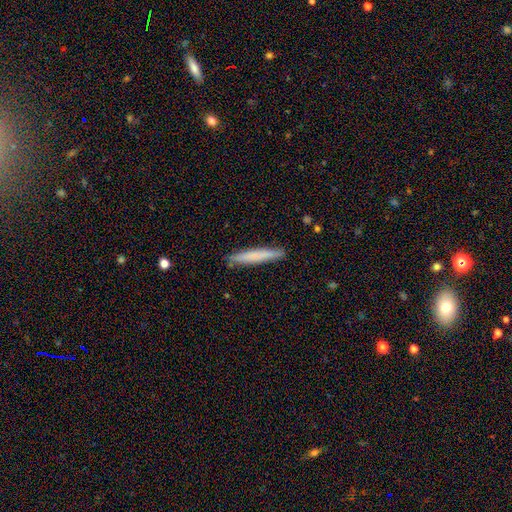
smooth_or_featured: smooth (p=0.69) [alt: featured or disk p=0.28]
how_rounded: cigar-shaped (p=0.96) [alt: round p=0.04]
merging: none (p=0.94) [alt: minor disturbance p=0.03]